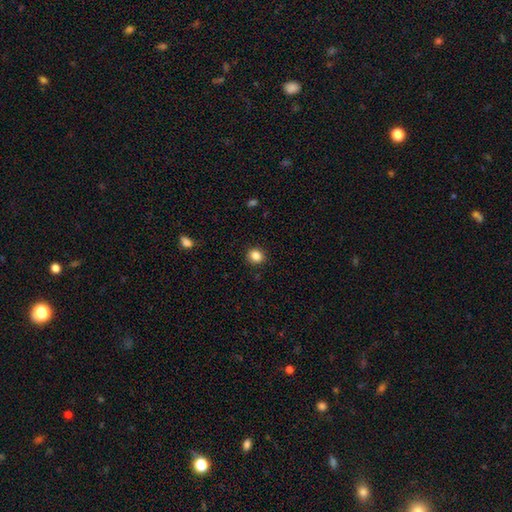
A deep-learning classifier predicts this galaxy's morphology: Smooth or featured?
  - smooth: 85% *
  - star or artifact: 10%
  - featured or disk: 4%
How rounded?
  - round: 81% *
  - in between: 18%
  - cigar-shaped: 1%
Merging?
  - none: 91% *
  - minor disturbance: 6%
  - major disturbance: 2%
  - merger: 1%